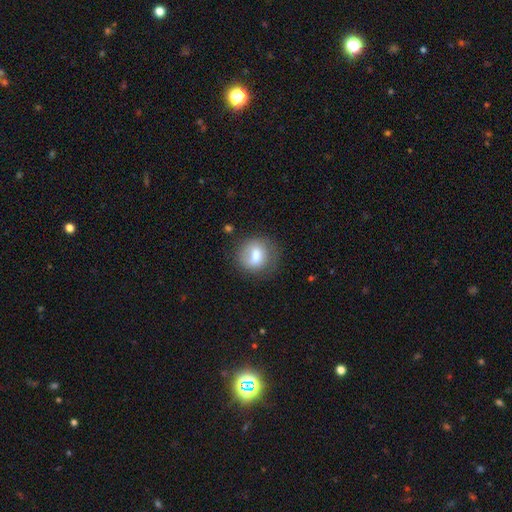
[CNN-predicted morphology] A smooth galaxy with no disk features (72%) that is round (76%).

Vote fractions:
- Smooth or featured? smooth: 72% / featured or disk: 20% / star or artifact: 8%
- How rounded? round: 76% / in between: 22% / cigar-shaped: 1%
- Merging? none: 67% / minor disturbance: 20% / major disturbance: 9% / merger: 4%